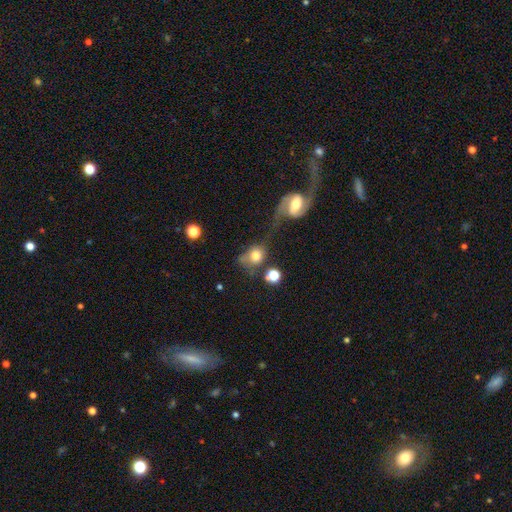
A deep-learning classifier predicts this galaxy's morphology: A smooth galaxy with no disk features (65%) that is round (62%).

Vote fractions:
- Smooth or featured? smooth: 65% / featured or disk: 25% / star or artifact: 10%
- How rounded? round: 62% / in between: 37% / cigar-shaped: 2%
- Merging? merger: 34% / none: 27% / major disturbance: 24% / minor disturbance: 15%